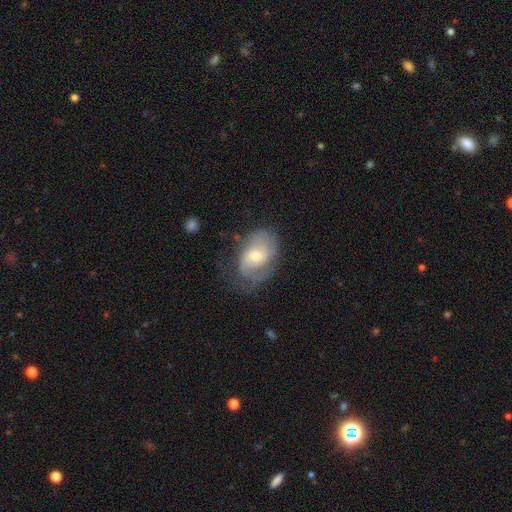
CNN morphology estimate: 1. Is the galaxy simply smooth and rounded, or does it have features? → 64% featured or disk, 30% smooth, 7% star or artifact.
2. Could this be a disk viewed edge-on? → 96% no, 4% yes.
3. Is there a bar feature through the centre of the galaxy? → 60% no, 34% weak, 6% strong.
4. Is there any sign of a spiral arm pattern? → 80% yes, 20% no.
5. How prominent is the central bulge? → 54% moderate, 41% small, 3% large, 1% none, 1% dominant.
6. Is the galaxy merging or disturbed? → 51% none, 29% minor disturbance, 18% major disturbance, 2% merger.